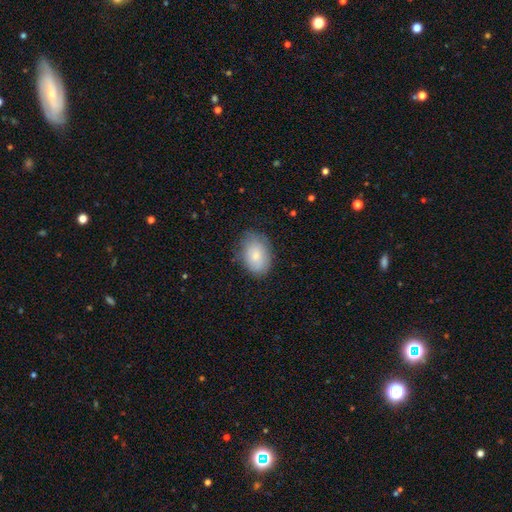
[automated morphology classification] Q: Smooth or featured?
A: smooth (78%); runner-up: featured or disk (15%)
Q: How rounded?
A: in between (86%); runner-up: round (13%)
Q: Merging?
A: none (75%); runner-up: minor disturbance (19%)